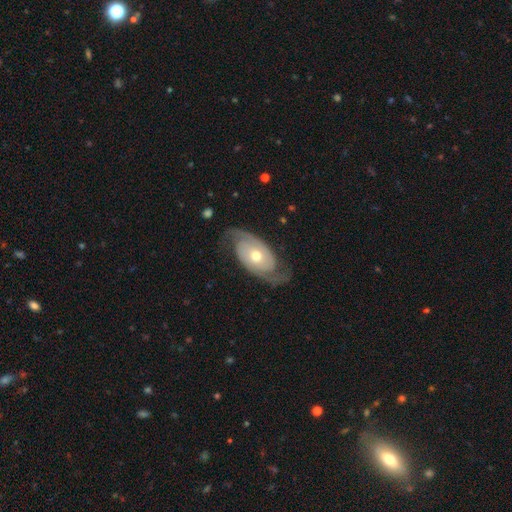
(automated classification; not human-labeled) A featured or disk galaxy (87%) with no bar (78%), 2 (92%) medium (42%) spiral arms (96%) and a moderate central bulge (66%).

Vote fractions:
- Smooth or featured? featured or disk: 87% / smooth: 8% / star or artifact: 5%
- Edge-on disk? no: 96% / yes: 4%
- Bar? no: 78% / weak: 17% / strong: 6%
- Spiral arms? yes: 96% / no: 4%
- Spiral winding? medium: 42% / tight: 34% / loose: 24%
- Spiral arm count? 2: 92% / can't tell: 3% / 1: 2% / 3: 1% / 4: 1% / more than 4: 1%
- Bulge size? moderate: 66% / small: 29% / large: 4% / dominant: 1% / none: 1%
- Merging? none: 78% / minor disturbance: 14% / major disturbance: 7% / merger: 1%